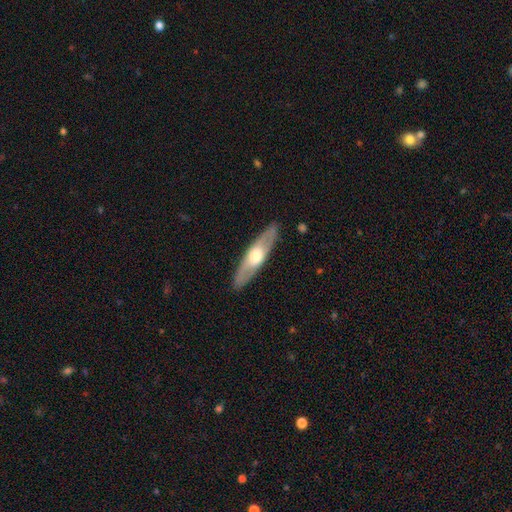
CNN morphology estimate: This appears to be a featured or disk galaxy (56%) viewed edge-on (59%). Merging: none (88%).